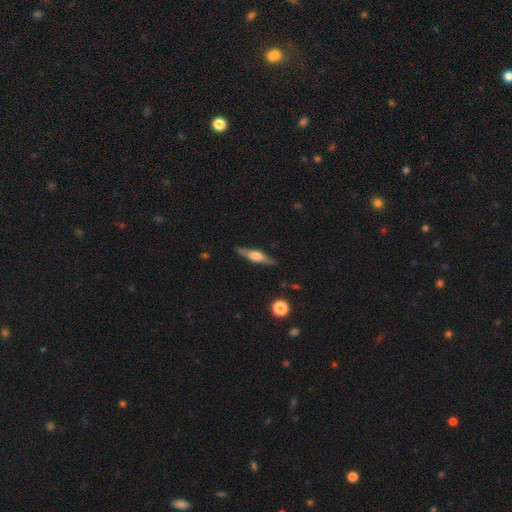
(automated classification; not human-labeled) A featured or disk galaxy (65%) viewed edge-on (95%) with a rounded central bulge (81%).

Vote fractions:
- Smooth or featured? featured or disk: 65% / smooth: 29% / star or artifact: 6%
- Edge-on disk? yes: 95% / no: 5%
- Edge-on bulge? rounded: 81% / boxy: 15% / none: 3%
- Merging? none: 86% / minor disturbance: 11% / major disturbance: 2% / merger: 1%